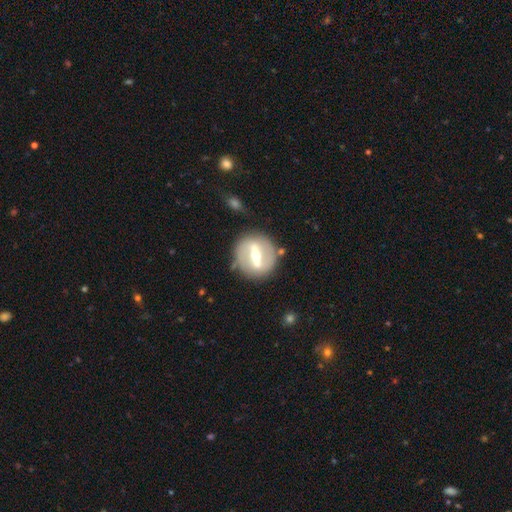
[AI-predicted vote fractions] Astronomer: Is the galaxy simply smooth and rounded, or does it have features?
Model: featured or disk — 72%.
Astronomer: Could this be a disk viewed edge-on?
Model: no — 73%.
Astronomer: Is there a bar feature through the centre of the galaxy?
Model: strong — 76%.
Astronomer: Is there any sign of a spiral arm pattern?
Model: no — 75%.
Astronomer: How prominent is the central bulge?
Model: moderate — 70%.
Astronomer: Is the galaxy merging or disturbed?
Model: none — 81%.